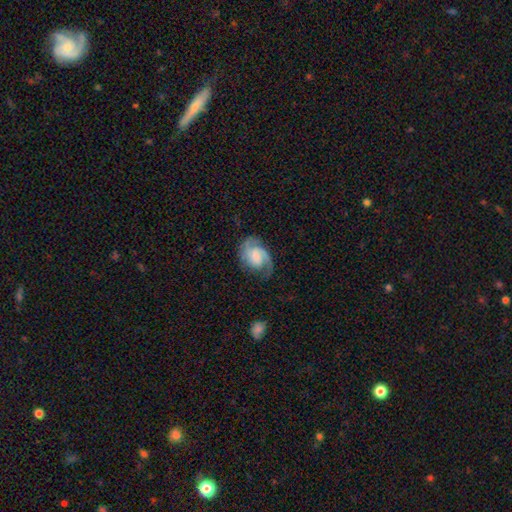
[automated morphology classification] A featured or disk galaxy (79%) with no bar (46%), 2 (70%) medium (48%) spiral arms (96%) and a moderate central bulge (29%).

Vote fractions:
- Smooth or featured? featured or disk: 79% / smooth: 15% / star or artifact: 6%
- Edge-on disk? no: 98% / yes: 2%
- Bar? no: 46% / weak: 45% / strong: 9%
- Spiral arms? yes: 96% / no: 4%
- Spiral winding? medium: 48% / tight: 35% / loose: 17%
- Spiral arm count? 2: 70% / 1: 9% / can't tell: 9% / 3: 8% / 4: 2% / more than 4: 2%
- Bulge size? moderate: 29% / none: 27% / small: 25% / large: 16% / dominant: 2%
- Merging? none: 67% / minor disturbance: 20% / major disturbance: 11% / merger: 1%